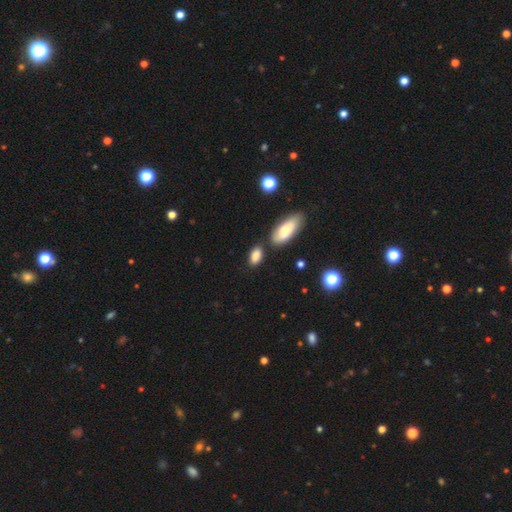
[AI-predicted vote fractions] Overall: smooth (85%). How rounded: in between (88%). Merging: none (67%).